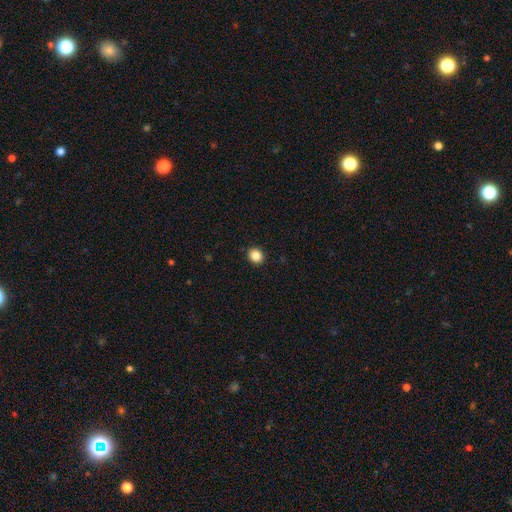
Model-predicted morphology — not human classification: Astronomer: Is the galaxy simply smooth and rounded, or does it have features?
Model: smooth — 86%.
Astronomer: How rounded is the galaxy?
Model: round — 76%.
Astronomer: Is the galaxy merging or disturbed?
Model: none — 92%.